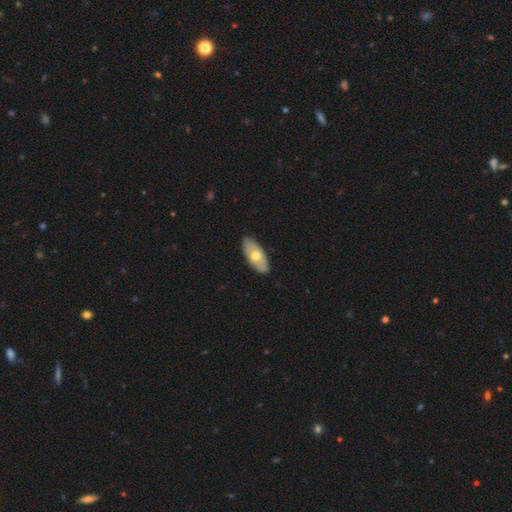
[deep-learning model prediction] smooth 62%, featured or disk 33%, star or artifact 5%. Down the decision tree: how rounded — in between (89%); merging — none (88%).